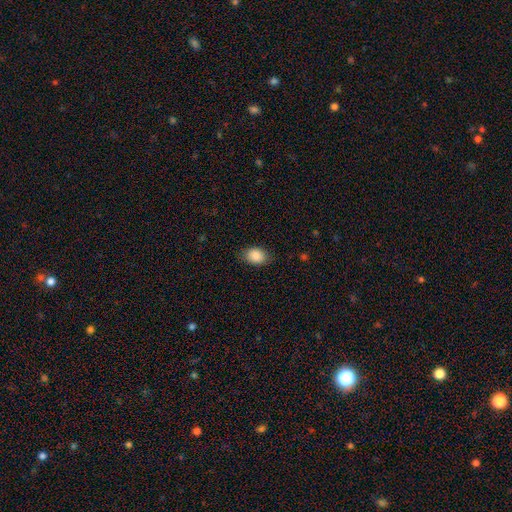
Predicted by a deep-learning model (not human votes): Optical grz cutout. It shows a smooth galaxy with no disk features (87%) that is in between round and cigar-shaped (81%). Merging: none (82%).